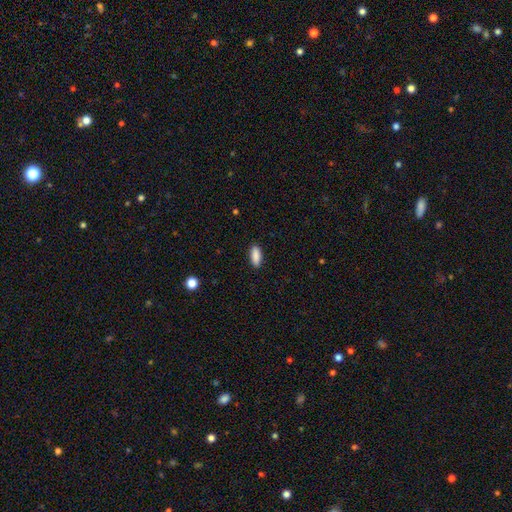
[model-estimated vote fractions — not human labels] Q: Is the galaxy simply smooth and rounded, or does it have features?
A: smooth — 89%.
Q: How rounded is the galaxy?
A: in between — 79%.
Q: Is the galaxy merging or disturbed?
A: none — 90%.